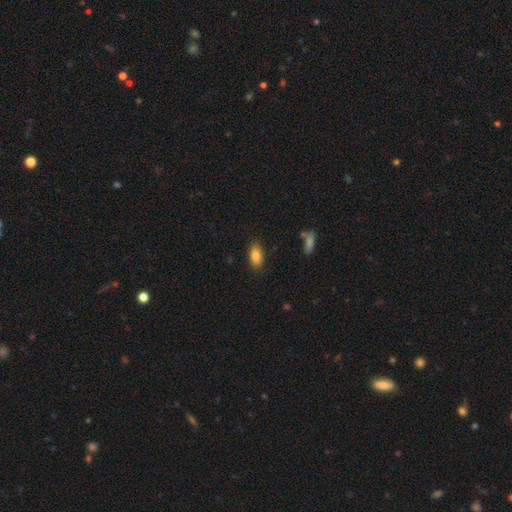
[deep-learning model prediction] Morphology: type=smooth (84%); roundness=in between (91%); merging=none (85%).